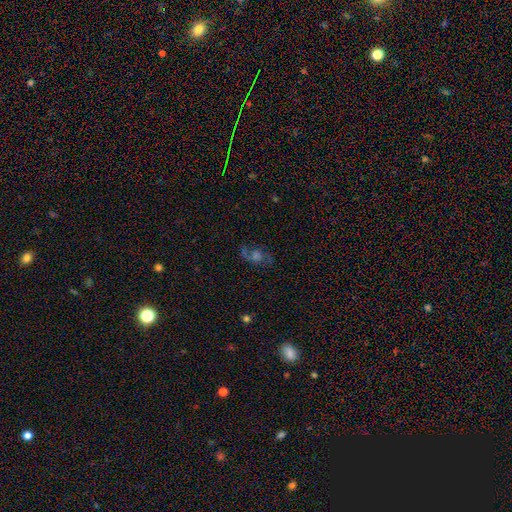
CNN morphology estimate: The model was most divided on "bulge size": moderate: 44%, large: 23%, small: 21%, none: 9%, dominant: 4%. More confident: edge-on disk — no (94%); spiral arms — yes (85%); merging — none (71%); bar — no (67%); smooth or featured — featured or disk (57%).